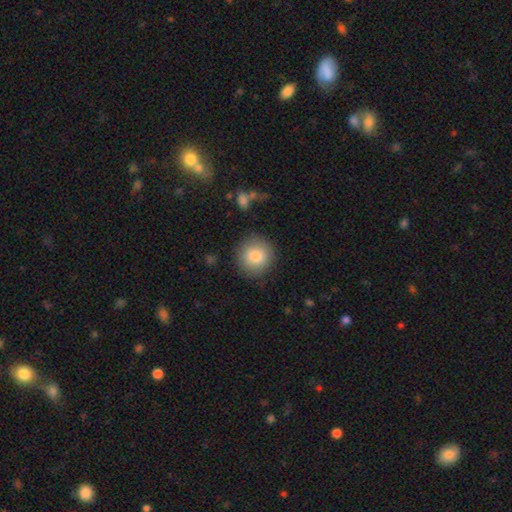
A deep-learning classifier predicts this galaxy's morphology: smooth 83%, featured or disk 8%, star or artifact 8%. Down the decision tree: how rounded — round (92%); merging — none (86%).